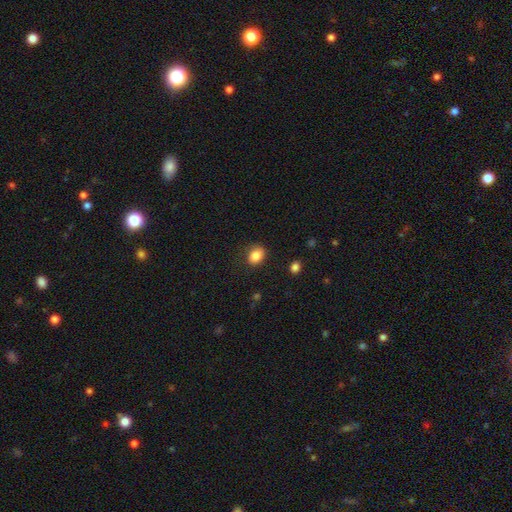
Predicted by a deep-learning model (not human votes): A smooth galaxy with no disk features (86%) that is in between round and cigar-shaped (62%). Merging: none (82%).